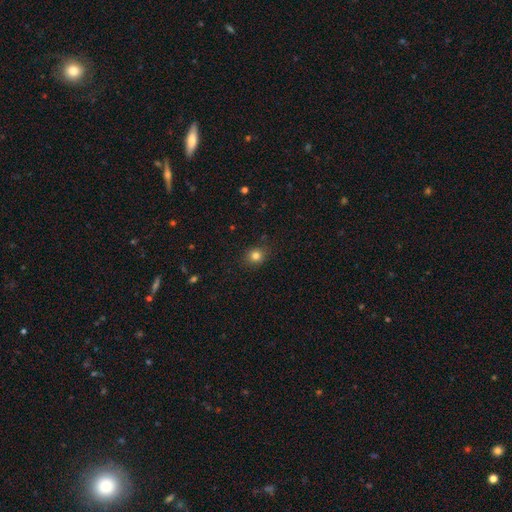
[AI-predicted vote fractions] smooth-or-featured: smooth: 81% | star or artifact: 13% | featured or disk: 6%
  how-rounded: round: 78% | in between: 21% | cigar-shaped: 1%
  merging: none: 87% | minor disturbance: 10% | major disturbance: 2% | merger: 1%